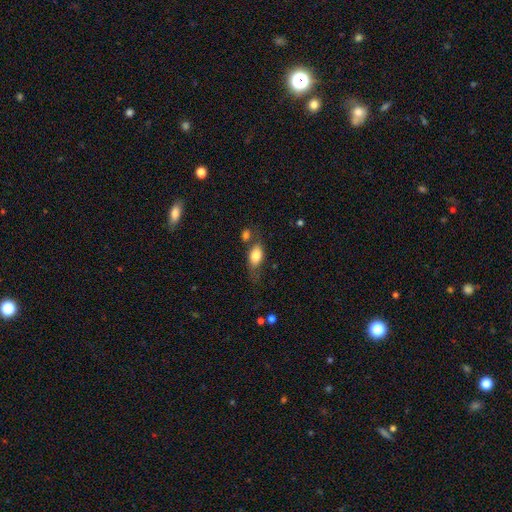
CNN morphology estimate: Q: Smooth or featured?
A: smooth (76%); runner-up: featured or disk (17%)
Q: How rounded?
A: in between (84%); runner-up: round (9%)
Q: Merging?
A: none (53%); runner-up: minor disturbance (22%)